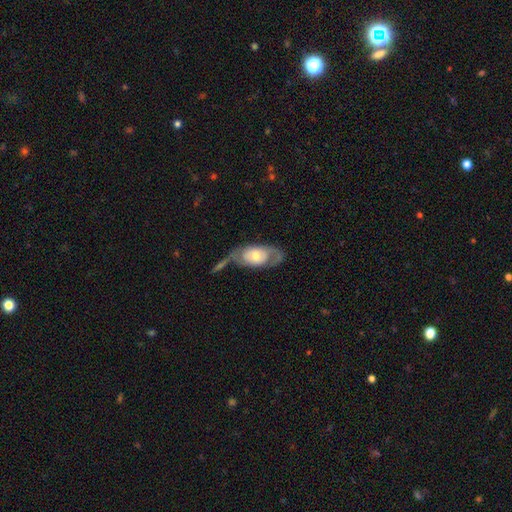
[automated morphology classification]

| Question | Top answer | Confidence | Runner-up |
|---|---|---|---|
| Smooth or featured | featured or disk | 60% | smooth (35%) |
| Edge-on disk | no | 89% | yes (11%) |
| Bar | no | 73% | weak (22%) |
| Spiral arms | yes | 58% | no (42%) |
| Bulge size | moderate | 57% | small (26%) |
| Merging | none | 44% | minor disturbance (20%) |